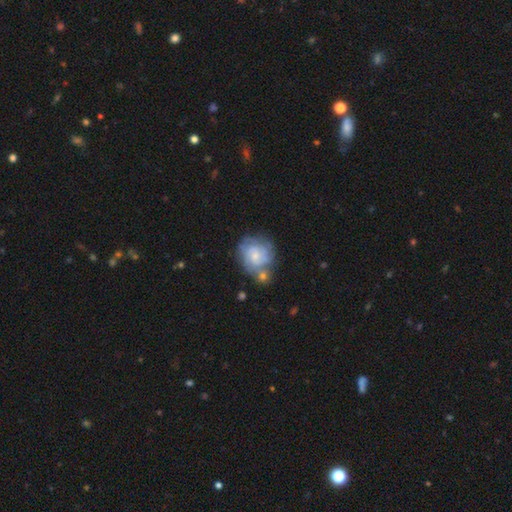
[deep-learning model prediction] Smooth or featured: featured or disk — 67% (smooth — 26%)
Edge-on disk: no — 98% (yes — 2%)
Bar: no — 73% (weak — 24%)
Spiral arms: yes — 84% (no — 16%)
Spiral winding: tight — 60% (medium — 30%)
Spiral arm count: can't tell — 45% (3 — 18%)
Bulge size: small — 60% (moderate — 31%)
Merging: none — 51% (minor disturbance — 20%)